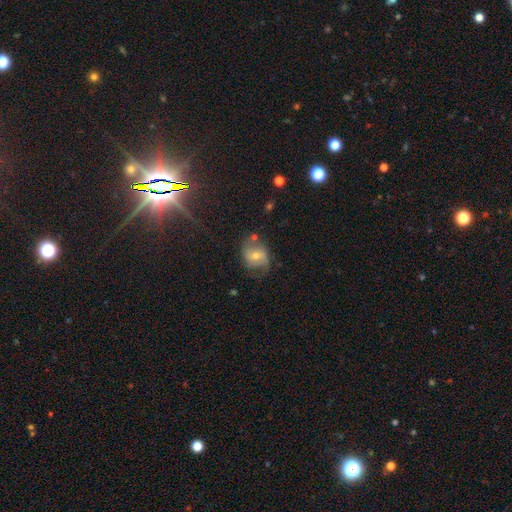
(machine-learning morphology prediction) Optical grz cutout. It shows a featured or disk galaxy (47%). Merging: none (65%).